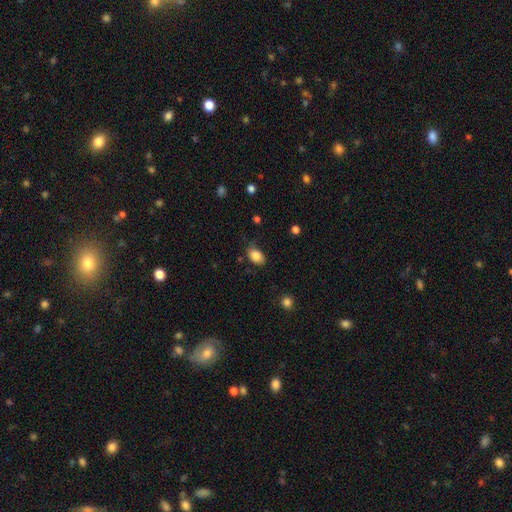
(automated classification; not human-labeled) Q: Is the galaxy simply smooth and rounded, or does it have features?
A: smooth — 86%.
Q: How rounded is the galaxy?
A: in between — 85%.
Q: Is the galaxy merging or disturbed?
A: none — 71%.